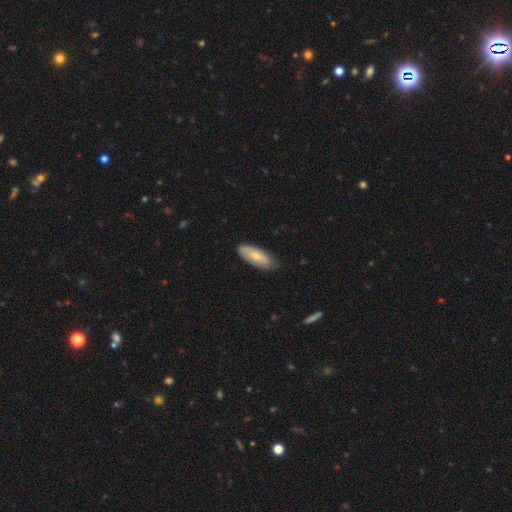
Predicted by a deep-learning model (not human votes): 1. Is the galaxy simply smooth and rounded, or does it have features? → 70% smooth, 24% featured or disk, 5% star or artifact.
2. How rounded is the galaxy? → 76% in between, 22% cigar-shaped, 2% round.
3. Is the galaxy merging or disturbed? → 74% none, 22% minor disturbance, 3% major disturbance, 1% merger.